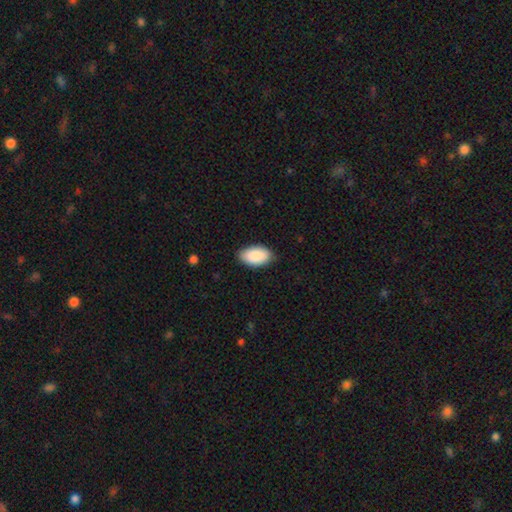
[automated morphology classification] The model was most divided on "merging": none: 83%, minor disturbance: 14%, major disturbance: 2%, merger: 1%. More confident: how rounded — in between (95%); smooth or featured — smooth (90%).